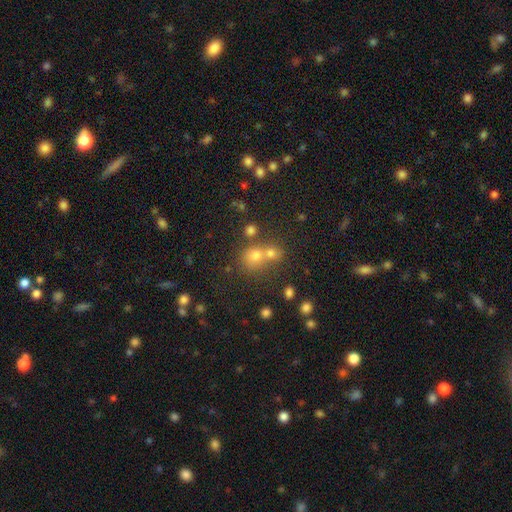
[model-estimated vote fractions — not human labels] smooth 67%, star or artifact 22%, featured or disk 11%. Down the decision tree: how rounded — round (80%); merging — none (45%).